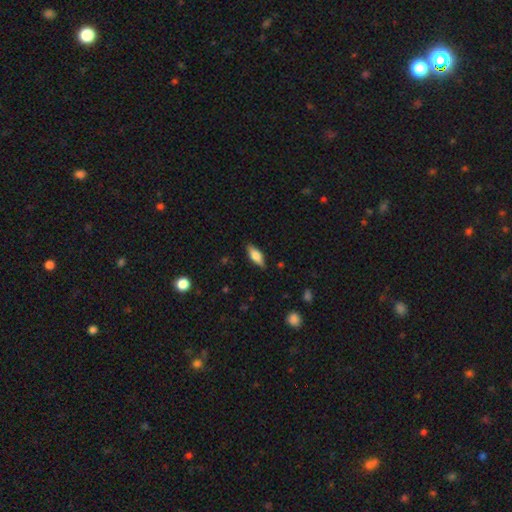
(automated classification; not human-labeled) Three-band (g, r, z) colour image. It shows a smooth galaxy with no disk features (60%) that is in between round and cigar-shaped (67%). Merging: none (85%).